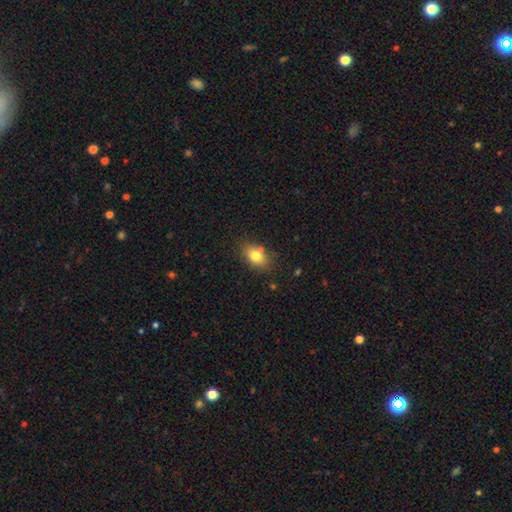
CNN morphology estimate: A smooth galaxy with no disk features (79%) that is in between round and cigar-shaped (77%). Merging: none (76%).